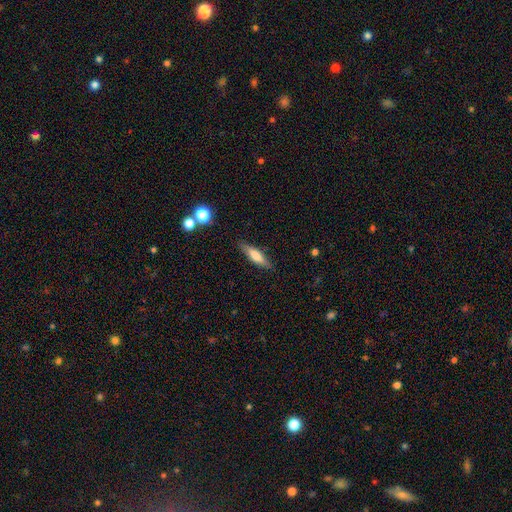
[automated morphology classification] Smooth or featured: smooth — 63% (featured or disk — 31%)
How rounded: cigar-shaped — 70% (in between — 28%)
Merging: none — 85% (minor disturbance — 11%)